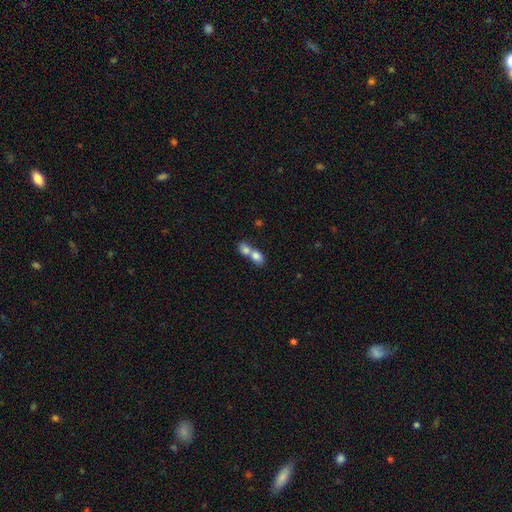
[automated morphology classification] smooth-or-featured: smooth: 78% | featured or disk: 14% | star or artifact: 8%
  how-rounded: in between: 70% | round: 27% | cigar-shaped: 3%
  merging: merger: 77% | none: 16% | minor disturbance: 4% | major disturbance: 3%